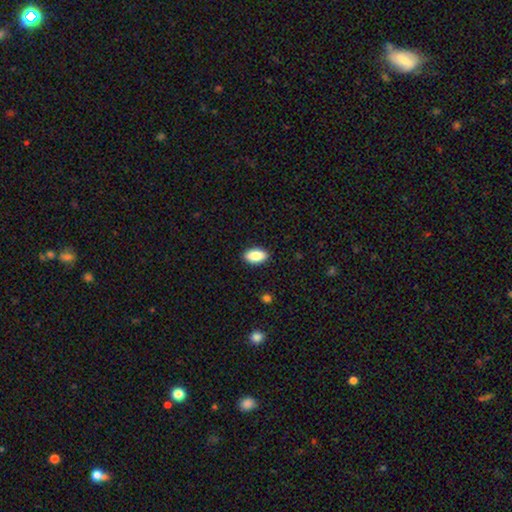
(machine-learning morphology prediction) smooth-or-featured: smooth: 83% | featured or disk: 10% | star or artifact: 7%
  how-rounded: in between: 91% | round: 4% | cigar-shaped: 4%
  merging: none: 90% | minor disturbance: 8% | major disturbance: 2% | merger: 1%